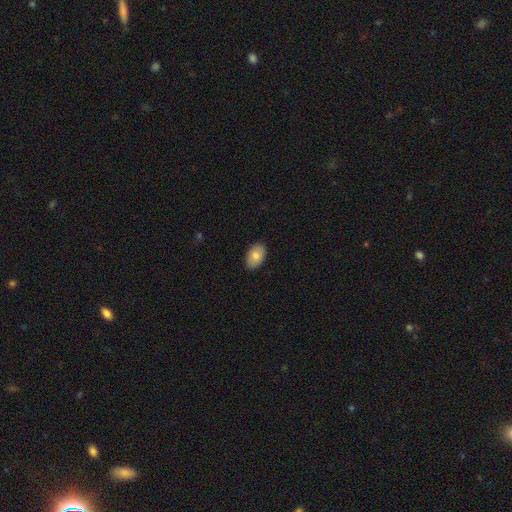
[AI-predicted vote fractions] smooth 80%, featured or disk 13%, star or artifact 6%. Down the decision tree: how rounded — in between (92%); merging — none (89%).